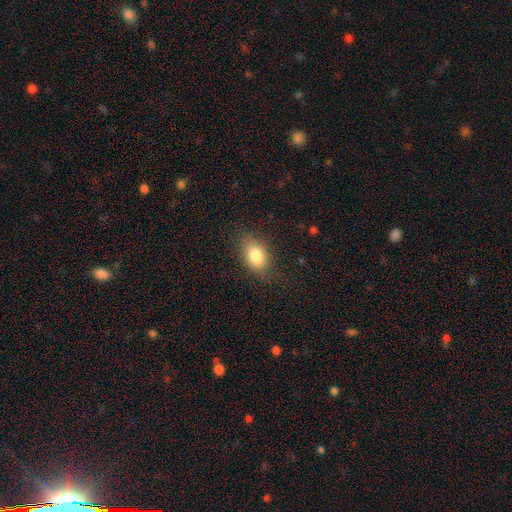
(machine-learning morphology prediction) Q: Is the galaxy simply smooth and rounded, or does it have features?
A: smooth — 81%.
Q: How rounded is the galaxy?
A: in between — 85%.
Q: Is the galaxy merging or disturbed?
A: none — 78%.